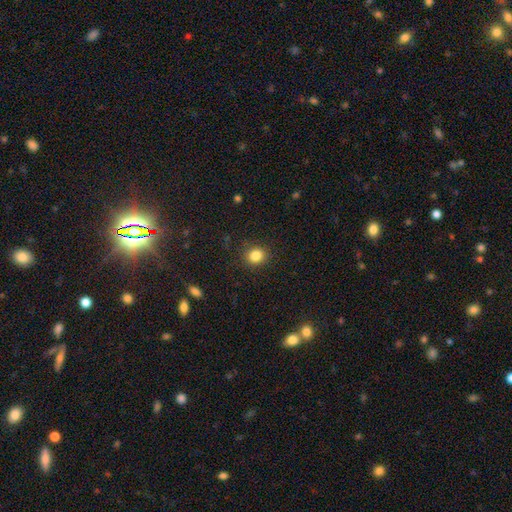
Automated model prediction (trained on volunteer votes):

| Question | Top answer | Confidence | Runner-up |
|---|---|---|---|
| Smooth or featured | smooth | 84% | star or artifact (11%) |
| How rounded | round | 77% | in between (22%) |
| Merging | none | 88% | minor disturbance (8%) |